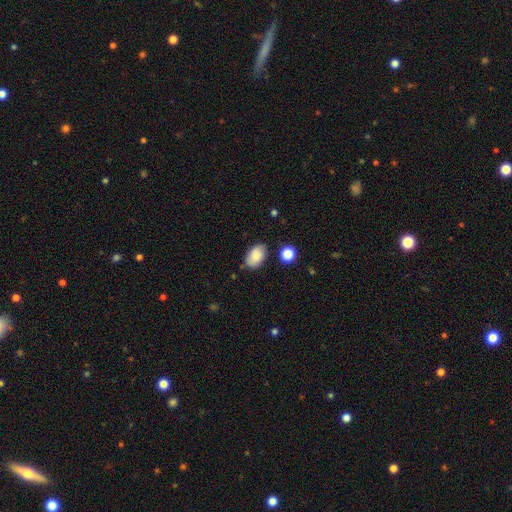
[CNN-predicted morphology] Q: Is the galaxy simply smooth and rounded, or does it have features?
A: smooth — 77%.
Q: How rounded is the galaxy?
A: in between — 89%.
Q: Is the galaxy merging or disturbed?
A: none — 77%.